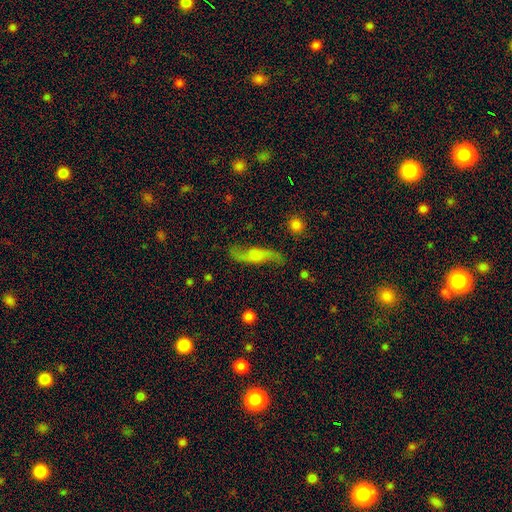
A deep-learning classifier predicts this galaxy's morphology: A featured or disk galaxy (76%) with no bar (63%), 2 (93%) loose (88%) spiral arms (93%) and a moderate central bulge (43%).

Vote fractions:
- Smooth or featured? featured or disk: 76% / smooth: 18% / star or artifact: 7%
- Edge-on disk? no: 81% / yes: 19%
- Bar? no: 63% / weak: 30% / strong: 7%
- Spiral arms? yes: 93% / no: 7%
- Spiral winding? loose: 88% / medium: 9% / tight: 3%
- Spiral arm count? 2: 93% / can't tell: 3% / 1: 2% / 3: 1% / 4: 1% / more than 4: 1%
- Bulge size? moderate: 43% / small: 33% / none: 12% / large: 10% / dominant: 2%
- Merging? none: 74% / minor disturbance: 17% / major disturbance: 7% / merger: 2%